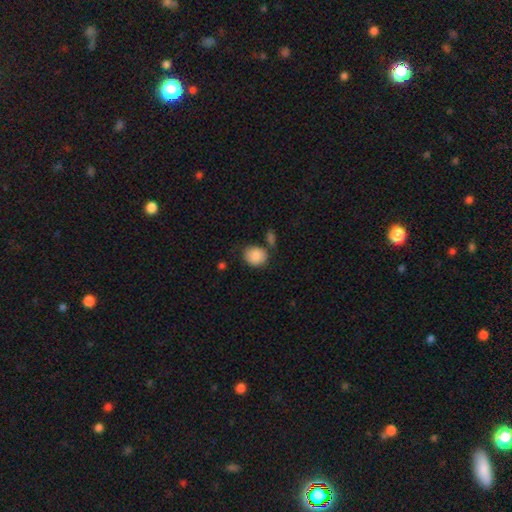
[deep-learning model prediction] smooth-or-featured: smooth: 88% | star or artifact: 7% | featured or disk: 4%
  how-rounded: round: 68% | in between: 31% | cigar-shaped: 1%
  merging: none: 69% | minor disturbance: 16% | merger: 10% | major disturbance: 5%